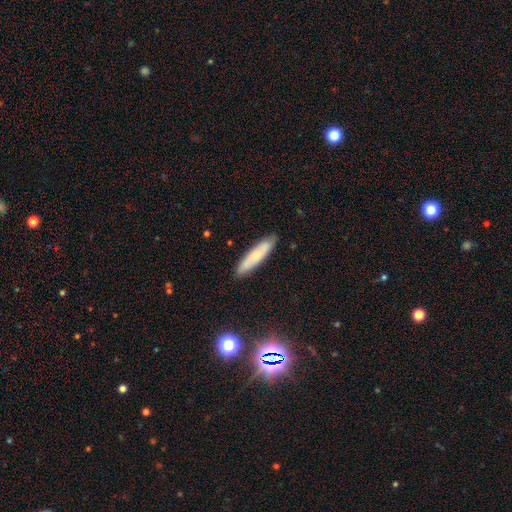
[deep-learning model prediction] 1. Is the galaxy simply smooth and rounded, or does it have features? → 60% smooth, 32% featured or disk, 7% star or artifact.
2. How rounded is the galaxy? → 80% cigar-shaped, 18% in between, 2% round.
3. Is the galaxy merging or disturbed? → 86% none, 10% minor disturbance, 2% major disturbance, 1% merger.